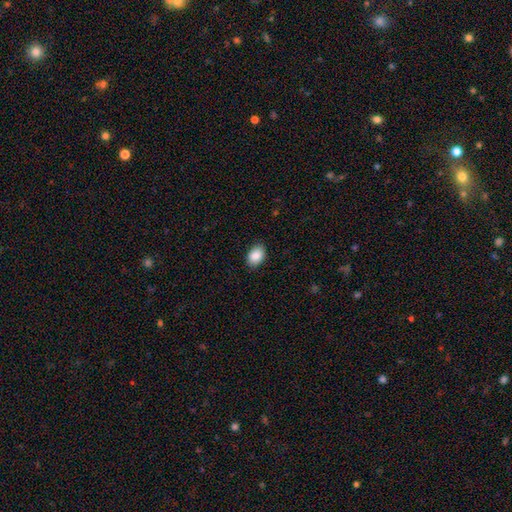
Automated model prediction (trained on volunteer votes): smooth_or_featured: smooth (p=0.88) [alt: star or artifact p=0.07]
how_rounded: in between (p=0.84) [alt: round p=0.15]
merging: none (p=0.88) [alt: minor disturbance p=0.09]